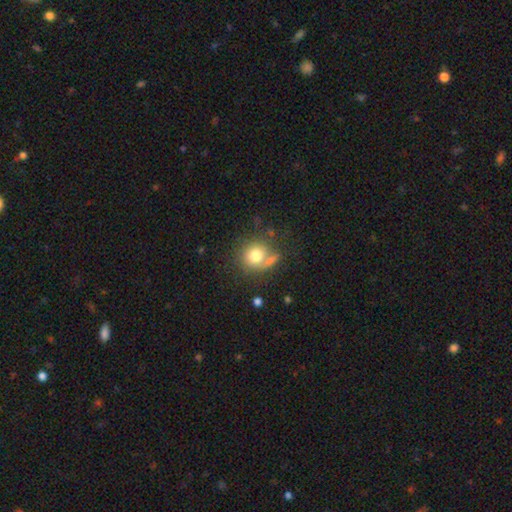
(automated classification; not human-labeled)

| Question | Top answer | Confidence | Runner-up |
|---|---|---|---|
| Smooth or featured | smooth | 76% | featured or disk (14%) |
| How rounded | round | 85% | in between (14%) |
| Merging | none | 59% | minor disturbance (17%) |